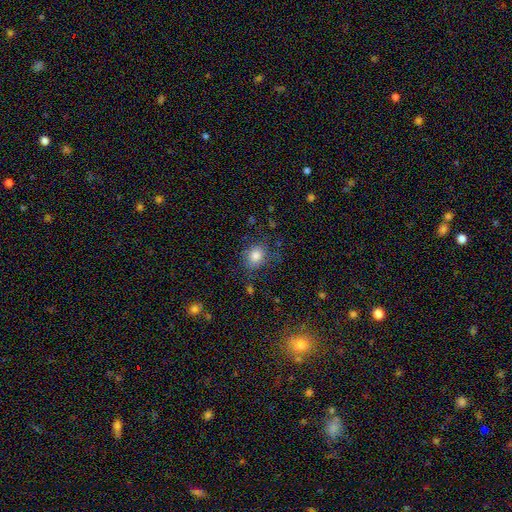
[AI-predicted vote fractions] The model was most divided on "how rounded": round: 50%, in between: 49%, cigar-shaped: 1%. More confident: smooth or featured — smooth (82%); merging — none (71%).